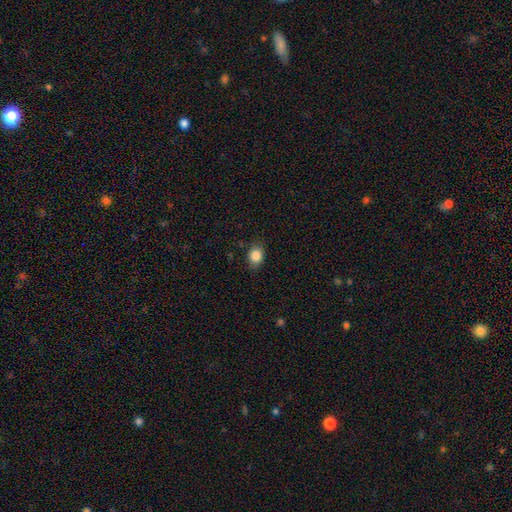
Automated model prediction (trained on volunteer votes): Smooth or featured? Predicted: smooth (p=0.86). How rounded? Predicted: in between (p=0.53). Merging? Predicted: none (p=0.83).